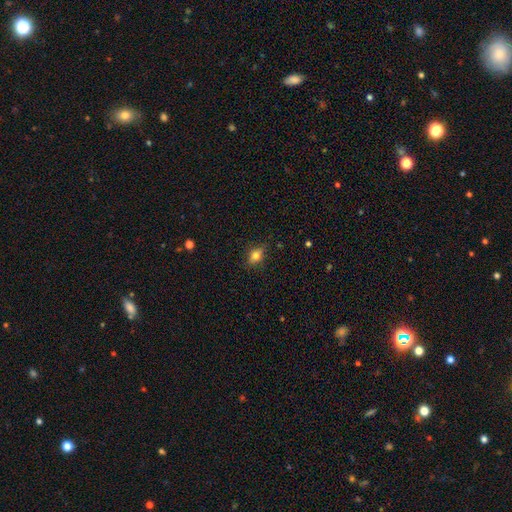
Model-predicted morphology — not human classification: Smooth or featured: smooth — 77% (featured or disk — 13%)
How rounded: in between — 69% (round — 26%)
Merging: none — 79% (minor disturbance — 16%)